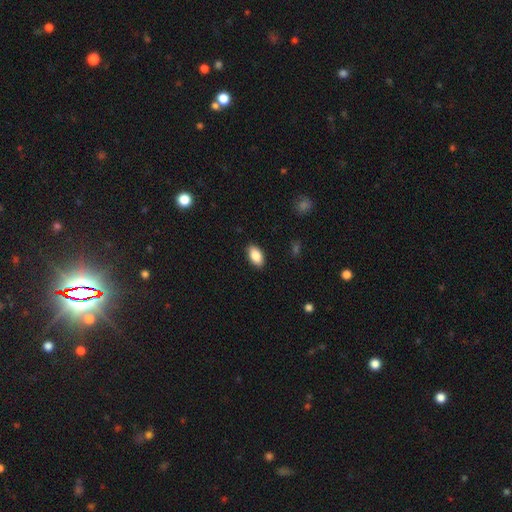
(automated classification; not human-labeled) Smooth or featured?
  - smooth: 87% *
  - star or artifact: 7%
  - featured or disk: 6%
How rounded?
  - in between: 93% *
  - round: 4%
  - cigar-shaped: 3%
Merging?
  - none: 88% *
  - minor disturbance: 9%
  - major disturbance: 2%
  - merger: 1%